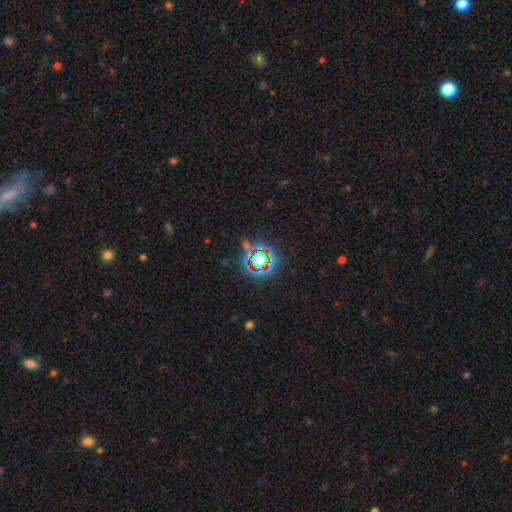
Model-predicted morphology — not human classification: Smooth or featured? Predicted: star or artifact (p=0.78).